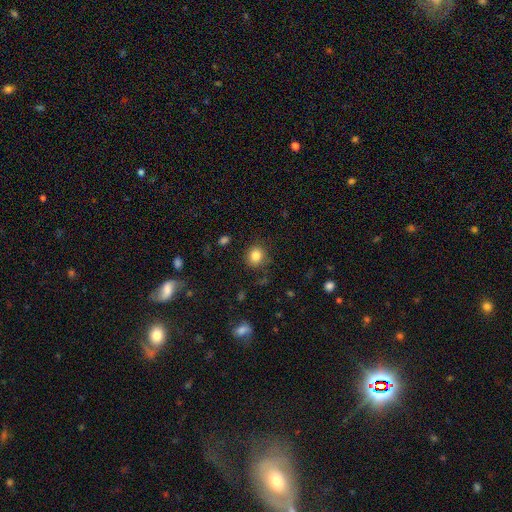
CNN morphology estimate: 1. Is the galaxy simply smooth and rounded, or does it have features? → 84% smooth, 11% star or artifact, 5% featured or disk.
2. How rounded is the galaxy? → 81% round, 18% in between, 1% cigar-shaped.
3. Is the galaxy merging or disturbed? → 84% none, 11% minor disturbance, 4% major disturbance, 2% merger.